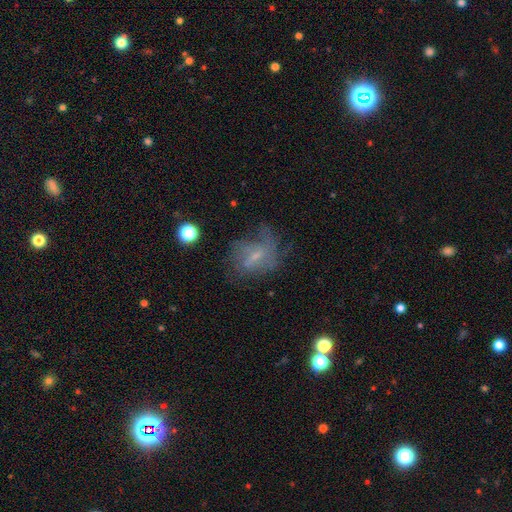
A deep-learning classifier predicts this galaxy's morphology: Smooth or featured?
  - featured or disk: 55% *
  - smooth: 30%
  - star or artifact: 14%
Edge-on disk?
  - no: 96% *
  - yes: 4%
Bar?
  - weak: 46% *
  - no: 43%
  - strong: 11%
Spiral arms?
  - yes: 59% *
  - no: 41%
Bulge size?
  - small: 60% *
  - moderate: 21%
  - none: 16%
  - large: 2%
  - dominant: 1%
Merging?
  - none: 47% *
  - major disturbance: 26%
  - minor disturbance: 24%
  - merger: 3%